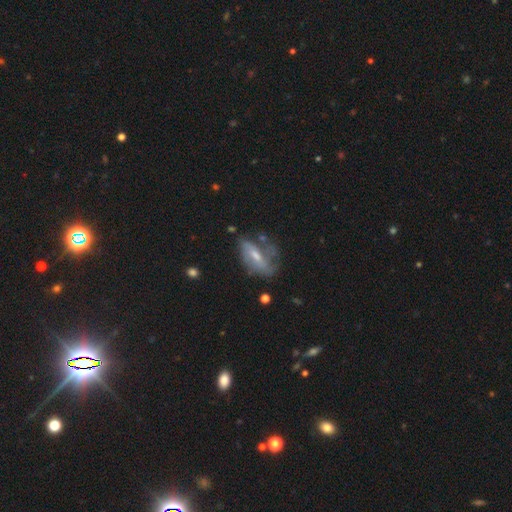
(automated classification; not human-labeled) Smooth or featured? Predicted: featured or disk (p=0.55). Edge-on disk? Predicted: no (p=0.86). Merging? Predicted: none (p=0.42).